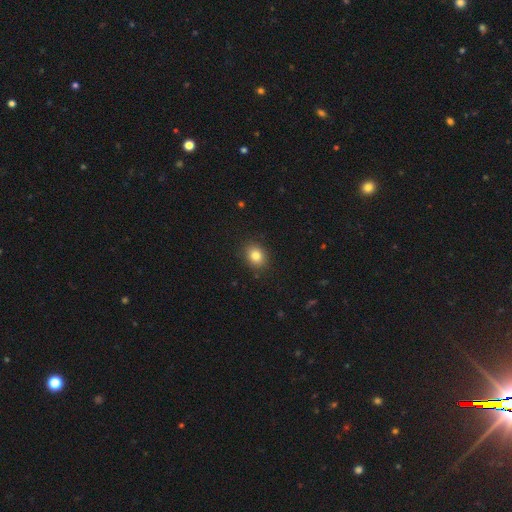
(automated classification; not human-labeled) Overall: smooth (83%). How rounded: round (50%; in between 49%). Merging: none (89%).